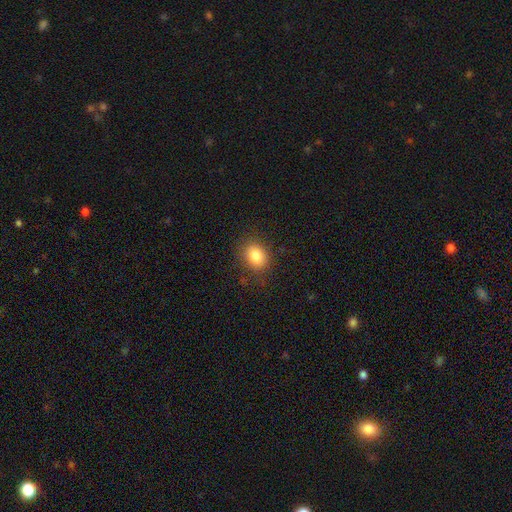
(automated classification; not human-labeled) smooth_or_featured: smooth (p=0.83) [alt: star or artifact p=0.10]
how_rounded: in between (p=0.56) [alt: round p=0.43]
merging: none (p=0.83) [alt: minor disturbance p=0.12]